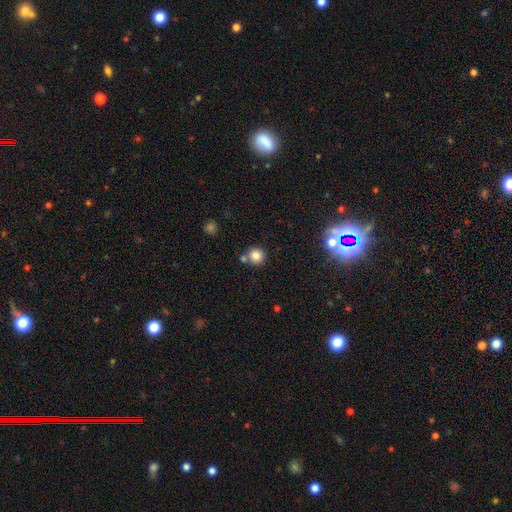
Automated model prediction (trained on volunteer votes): Smooth or featured?
  - smooth: 83% *
  - star or artifact: 11%
  - featured or disk: 6%
How rounded?
  - round: 92% *
  - in between: 7%
  - cigar-shaped: 1%
Merging?
  - none: 68% *
  - merger: 19%
  - minor disturbance: 9%
  - major disturbance: 3%